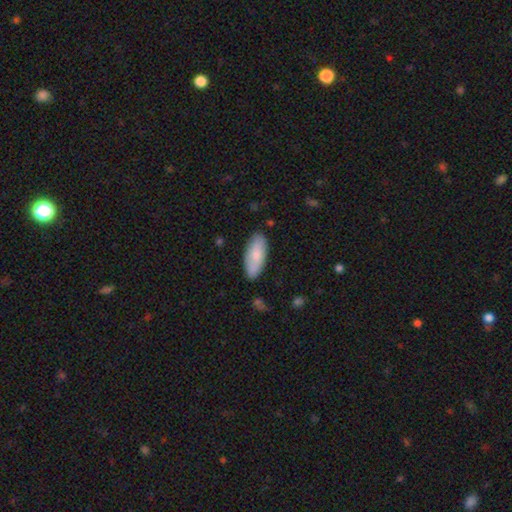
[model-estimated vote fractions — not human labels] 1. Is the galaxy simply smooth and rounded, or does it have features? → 77% smooth, 17% featured or disk, 5% star or artifact.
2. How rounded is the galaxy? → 81% in between, 17% cigar-shaped, 2% round.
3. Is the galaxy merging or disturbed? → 84% none, 13% minor disturbance, 2% major disturbance, 2% merger.